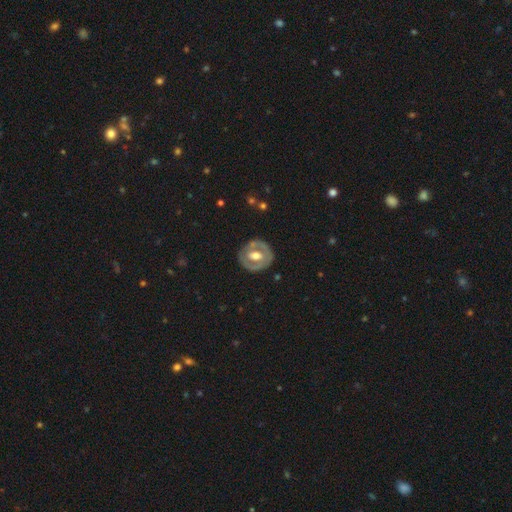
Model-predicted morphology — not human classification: smooth_or_featured: featured or disk (p=0.63) [alt: smooth p=0.32]
disk_edge_on: no (p=0.95) [alt: yes p=0.05]
bar: no (p=0.46) [alt: weak p=0.36]
has_spiral_arms: no (p=0.75) [alt: yes p=0.25]
bulge_size: moderate (p=0.61) [alt: large p=0.30]
merging: none (p=0.78) [alt: minor disturbance p=0.15]